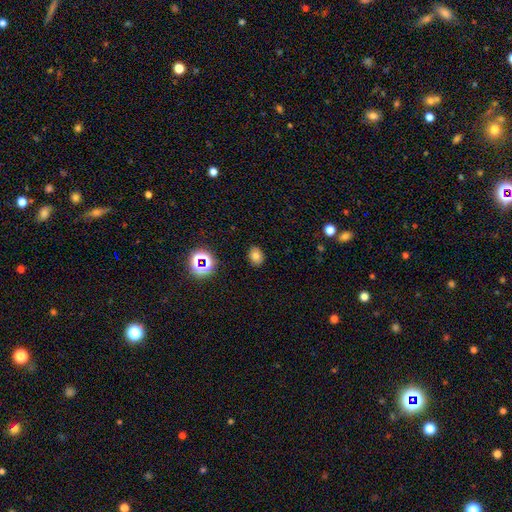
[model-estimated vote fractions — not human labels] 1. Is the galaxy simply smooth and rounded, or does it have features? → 74% smooth, 18% star or artifact, 8% featured or disk.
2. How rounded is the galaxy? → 58% in between, 41% round, 1% cigar-shaped.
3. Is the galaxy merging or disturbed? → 86% none, 9% minor disturbance, 3% major disturbance, 1% merger.